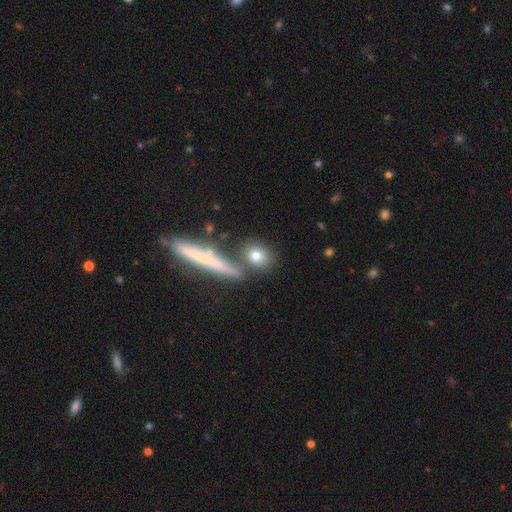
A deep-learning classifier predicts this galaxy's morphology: smooth_or_featured: smooth (p=0.76) [alt: featured or disk p=0.14]
how_rounded: round (p=0.64) [alt: in between p=0.25]
merging: none (p=0.72) [alt: merger p=0.14]